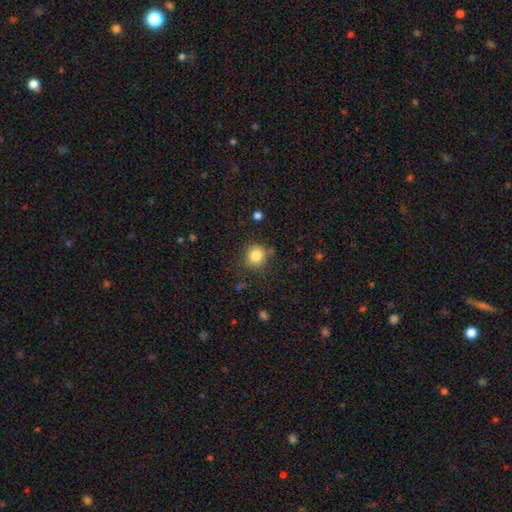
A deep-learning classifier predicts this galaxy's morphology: smooth 82%, star or artifact 12%, featured or disk 6%. Down the decision tree: how rounded — round (89%); merging — none (82%).